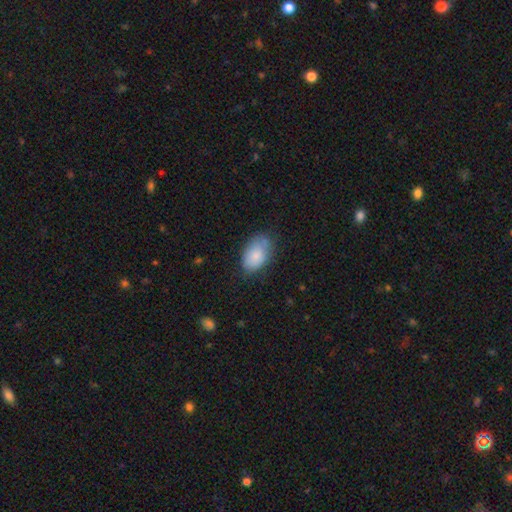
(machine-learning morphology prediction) A smooth galaxy with no disk features (82%) that is in between round and cigar-shaped (91%).

Vote fractions:
- Smooth or featured? smooth: 82% / featured or disk: 11% / star or artifact: 7%
- How rounded? in between: 91% / round: 8% / cigar-shaped: 1%
- Merging? none: 64% / minor disturbance: 26% / major disturbance: 7% / merger: 3%